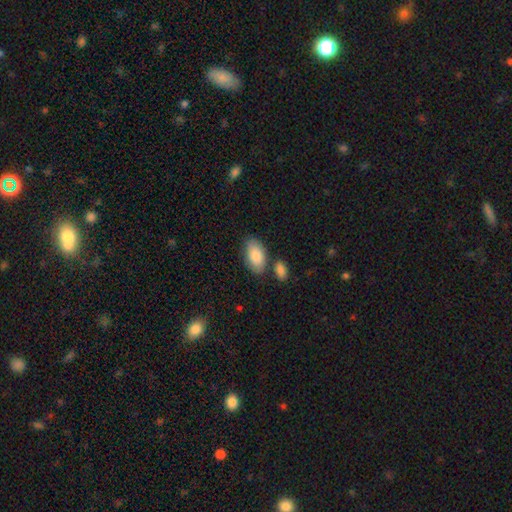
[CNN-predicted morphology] Smooth or featured? smooth (86%)
How rounded? in between (94%)
Merging? none (70%)